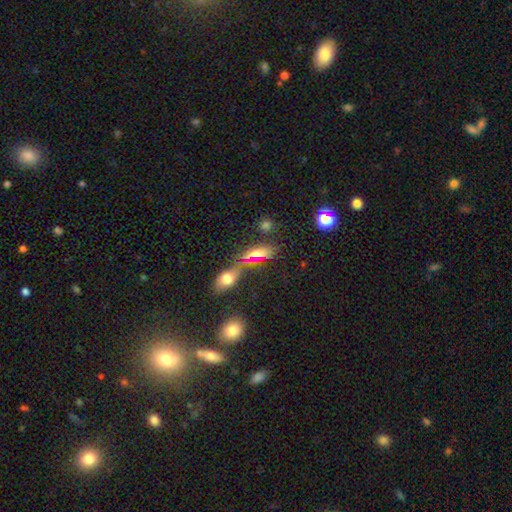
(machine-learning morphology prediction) Q: Smooth or featured?
A: smooth (57%); runner-up: star or artifact (28%)
Q: How rounded?
A: in between (67%); runner-up: cigar-shaped (23%)
Q: Merging?
A: none (69%); runner-up: minor disturbance (14%)